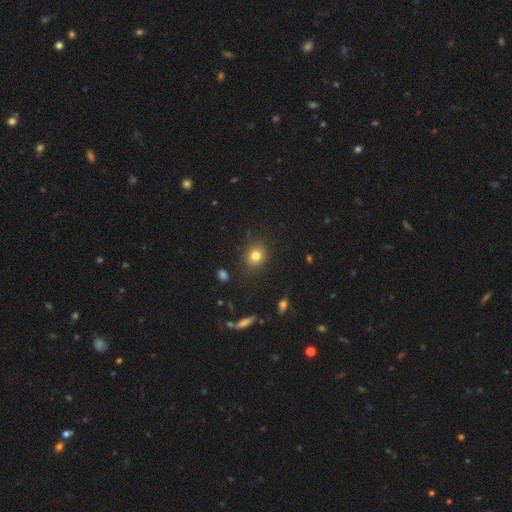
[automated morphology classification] Smooth or featured? Predicted: smooth (p=0.81). How rounded? Predicted: round (p=0.71). Merging? Predicted: none (p=0.87).